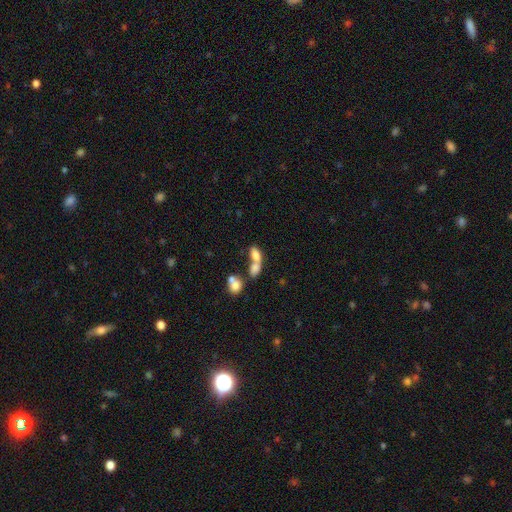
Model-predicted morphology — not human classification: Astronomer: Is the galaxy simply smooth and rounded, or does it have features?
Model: smooth — 73%.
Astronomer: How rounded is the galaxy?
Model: in between — 83%.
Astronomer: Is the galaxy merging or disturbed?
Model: merger — 65%.